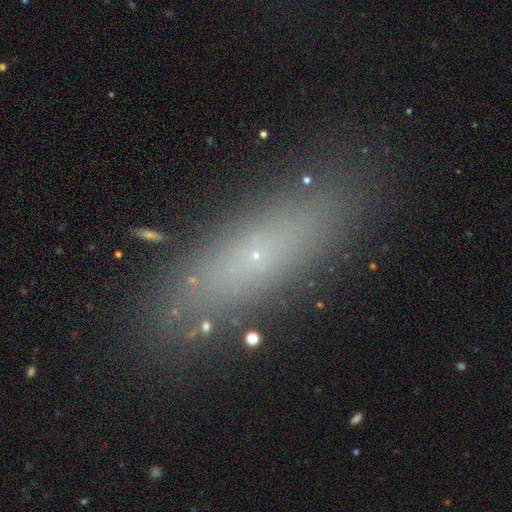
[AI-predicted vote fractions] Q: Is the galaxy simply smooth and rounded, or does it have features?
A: smooth — 53%.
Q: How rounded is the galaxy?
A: cigar-shaped — 60%.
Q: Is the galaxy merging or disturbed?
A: none — 84%.